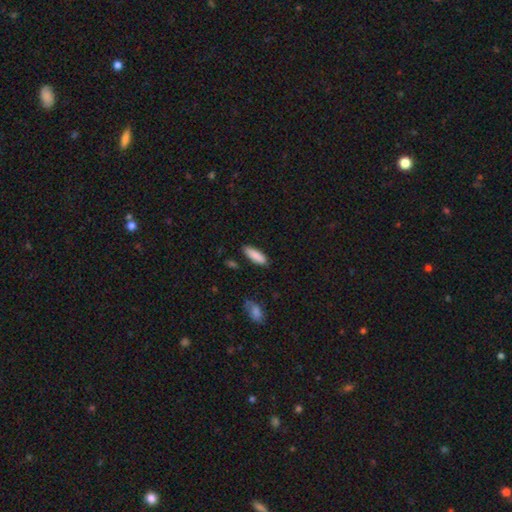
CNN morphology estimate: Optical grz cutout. It shows a smooth galaxy with no disk features (88%) that is in between round and cigar-shaped (52%). Merging: none (86%).